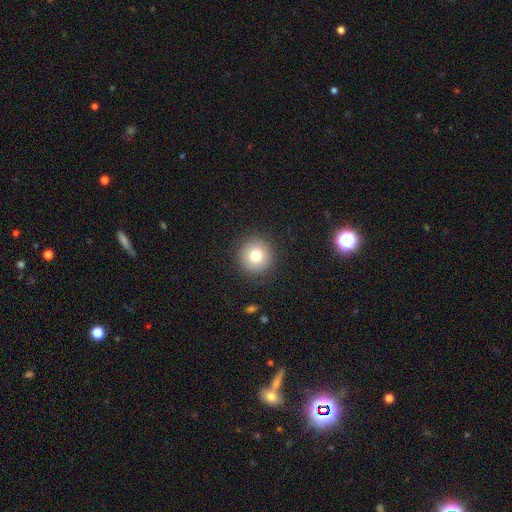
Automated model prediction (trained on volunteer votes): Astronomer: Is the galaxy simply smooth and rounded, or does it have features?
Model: smooth — 77%.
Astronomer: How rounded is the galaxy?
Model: round — 95%.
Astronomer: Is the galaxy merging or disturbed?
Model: none — 90%.